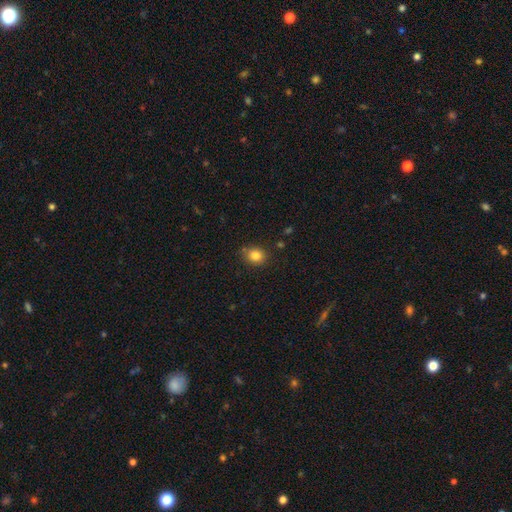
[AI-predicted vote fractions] This is clearly a smooth galaxy (84%). How rounded: likely round (67%). Merging: clearly none (80%).